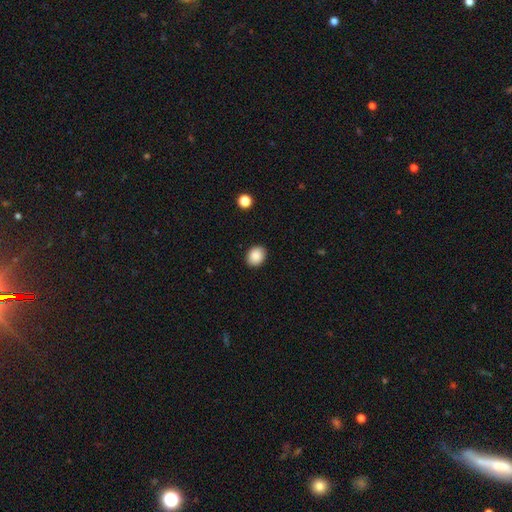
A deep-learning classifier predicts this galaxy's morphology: A smooth galaxy with no disk features (89%) that is round (56%). Merging: none (90%).